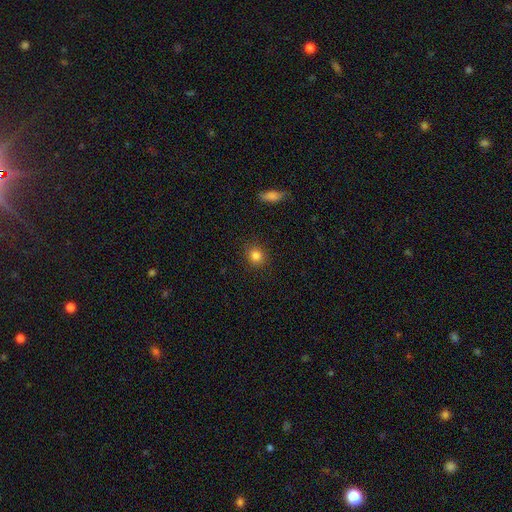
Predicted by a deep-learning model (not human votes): smooth_or_featured: smooth (p=0.83) [alt: star or artifact p=0.12]
how_rounded: round (p=0.84) [alt: in between p=0.15]
merging: none (p=0.89) [alt: minor disturbance p=0.07]